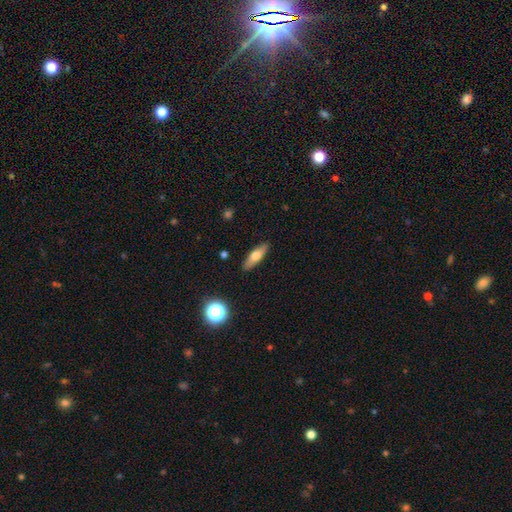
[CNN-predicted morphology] smooth 61%, featured or disk 32%, star or artifact 7%. Down the decision tree: how rounded — cigar-shaped (53%); merging — none (88%).